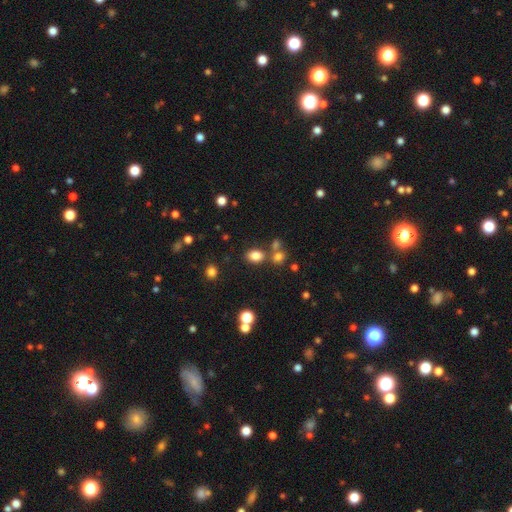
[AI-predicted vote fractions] This is clearly a smooth galaxy (80%). How rounded: likely in between (70%). Merging: likely none (68%).